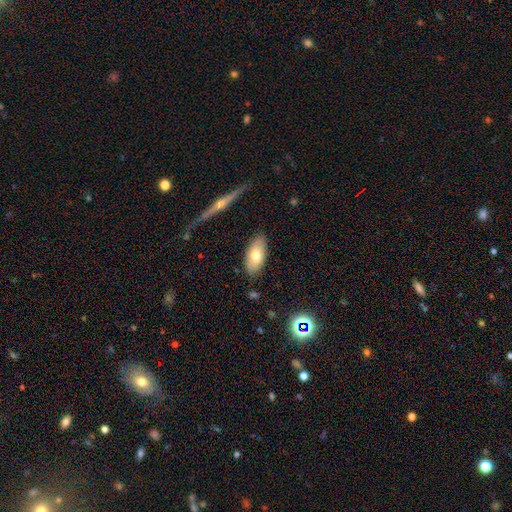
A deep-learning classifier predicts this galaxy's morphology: Smooth or featured? Predicted: smooth (p=0.72). How rounded? Predicted: in between (p=0.91). Merging? Predicted: none (p=0.84).